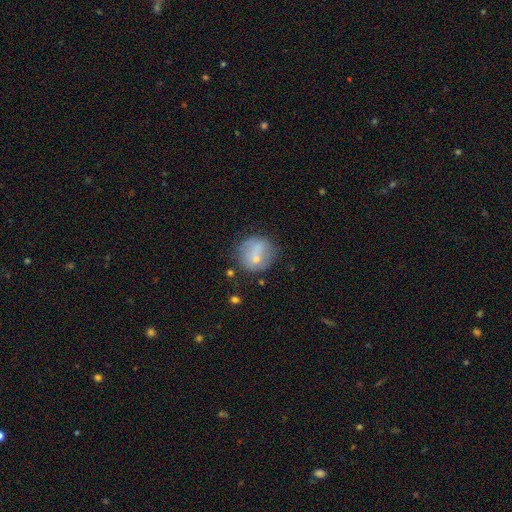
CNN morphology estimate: Smooth or featured: smooth — 58% (featured or disk — 32%)
How rounded: round — 84% (in between — 14%)
Merging: none — 62% (minor disturbance — 21%)